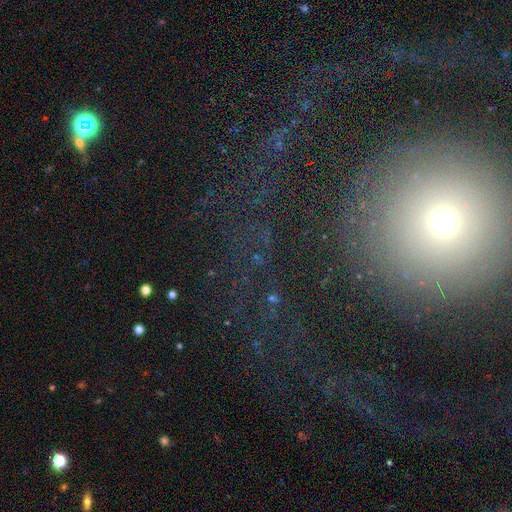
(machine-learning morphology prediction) The model was most divided on "smooth or featured": star or artifact: 56%, featured or disk: 23%, smooth: 21%.